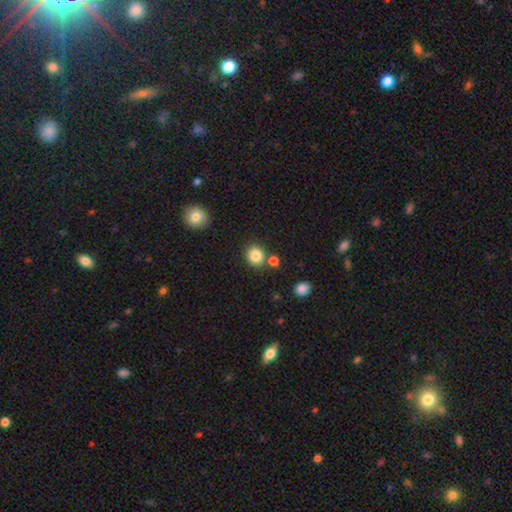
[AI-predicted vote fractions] Morphology: type=smooth (84%); roundness=round (83%); merging=none (77%).